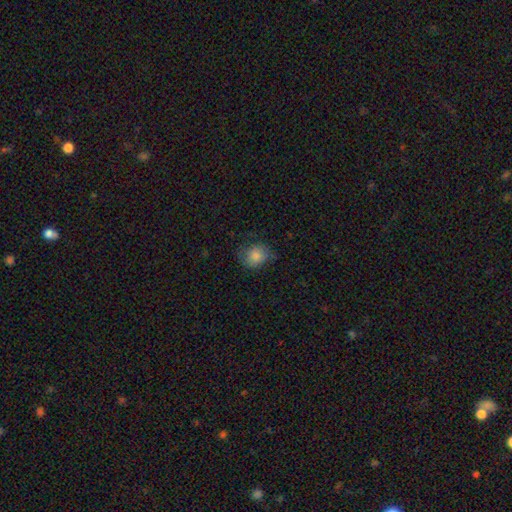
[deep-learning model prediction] Morphology: type=smooth (82%); roundness=round (61%); merging=none (69%).